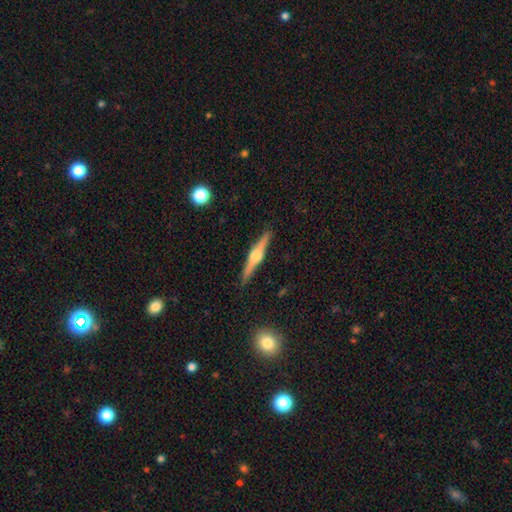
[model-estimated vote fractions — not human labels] smooth_or_featured: featured or disk (p=0.79) [alt: smooth p=0.15]
disk_edge_on: yes (p=0.98) [alt: no p=0.02]
edge_on_bulge: rounded (p=0.93) [alt: boxy p=0.05]
merging: none (p=0.91) [alt: minor disturbance p=0.06]